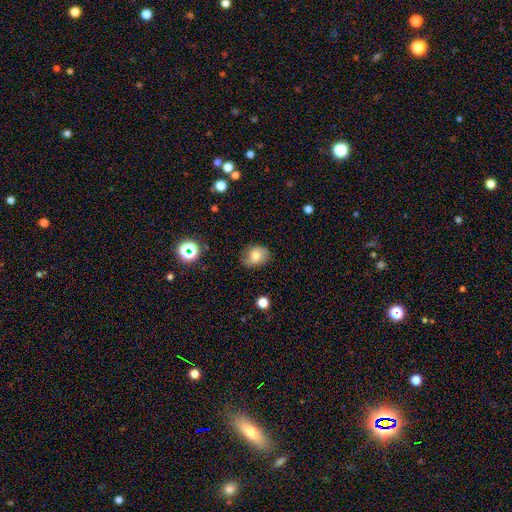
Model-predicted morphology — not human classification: A smooth galaxy with no disk features (63%) that is in between round and cigar-shaped (56%).

Vote fractions:
- Smooth or featured? smooth: 63% / featured or disk: 26% / star or artifact: 11%
- How rounded? in between: 56% / round: 43% / cigar-shaped: 1%
- Merging? none: 69% / minor disturbance: 23% / major disturbance: 6% / merger: 1%